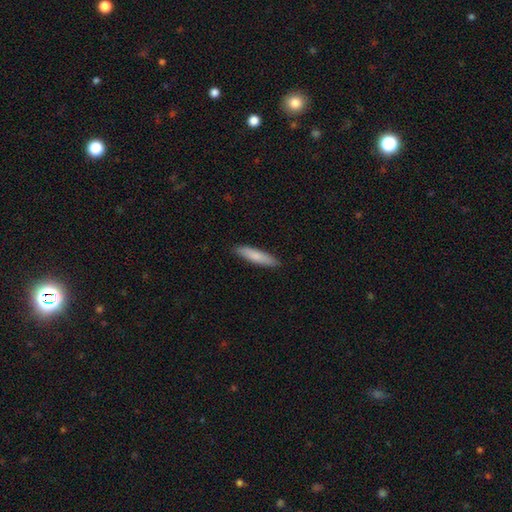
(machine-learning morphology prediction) Smooth or featured? Predicted: smooth (p=0.81). How rounded? Predicted: cigar-shaped (p=0.83). Merging? Predicted: none (p=0.90).